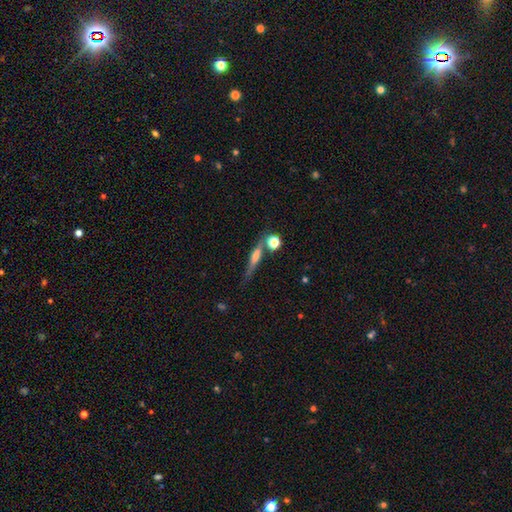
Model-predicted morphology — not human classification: The model was most divided on "smooth or featured": featured or disk: 49%, smooth: 41%, star or artifact: 10%. More confident: merging — none (64%).